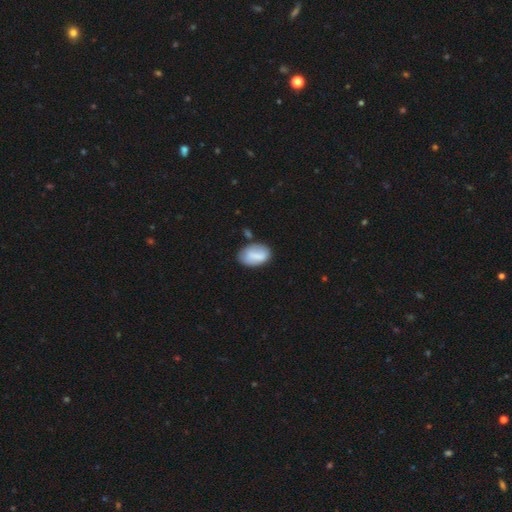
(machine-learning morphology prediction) The model was most divided on "merging": none: 62%, minor disturbance: 23%, merger: 8%, major disturbance: 6%. More confident: how rounded — in between (90%); smooth or featured — smooth (76%).